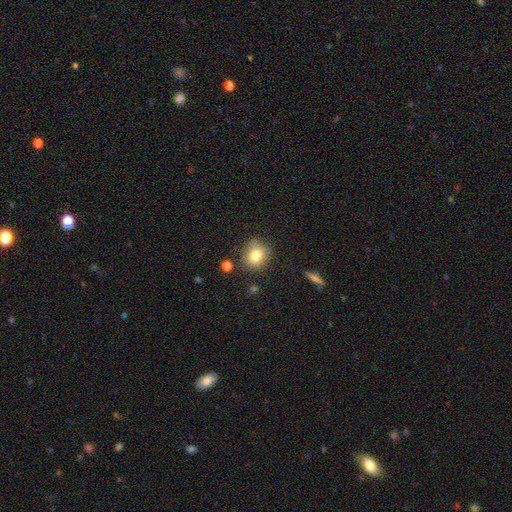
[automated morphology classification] Overall: smooth (78%). How rounded: round (80%). Merging: none (77%).